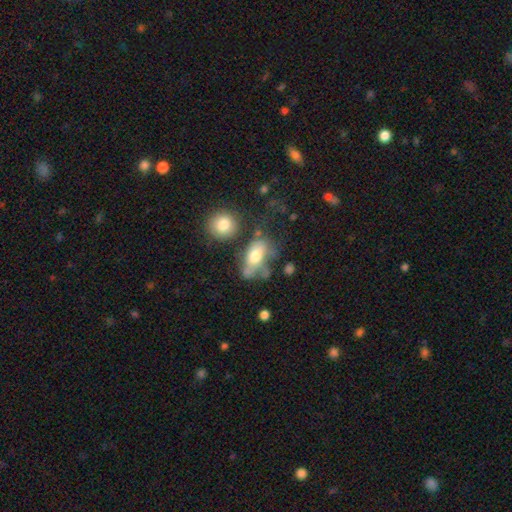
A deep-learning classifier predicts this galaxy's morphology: Overall: smooth (64%; featured or disk 26%). How rounded: in between (83%). Merging: none (32%; major disturbance 28%).